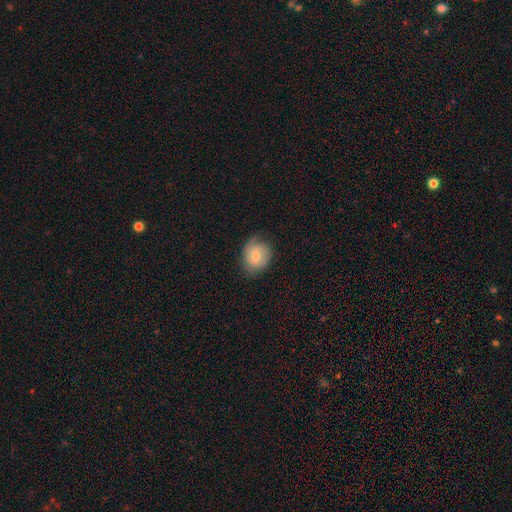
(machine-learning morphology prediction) The model was most divided on "smooth or featured": smooth: 58%, featured or disk: 35%, star or artifact: 7%. More confident: merging — none (64%); how rounded — round (63%).